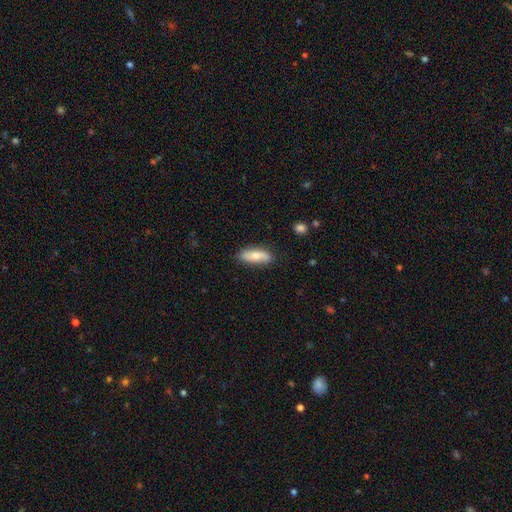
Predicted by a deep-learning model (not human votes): Smooth or featured: smooth — 65% (featured or disk — 29%)
How rounded: in between — 62% (cigar-shaped — 35%)
Merging: none — 81% (minor disturbance — 14%)